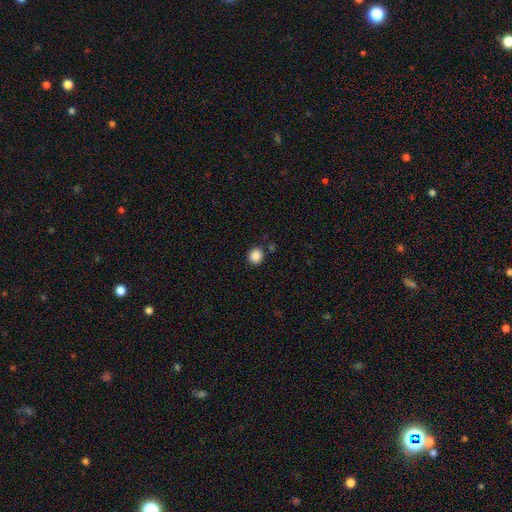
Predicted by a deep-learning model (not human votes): Smooth or featured: smooth — 87% (star or artifact — 10%)
How rounded: round — 87% (in between — 12%)
Merging: none — 86% (minor disturbance — 7%)